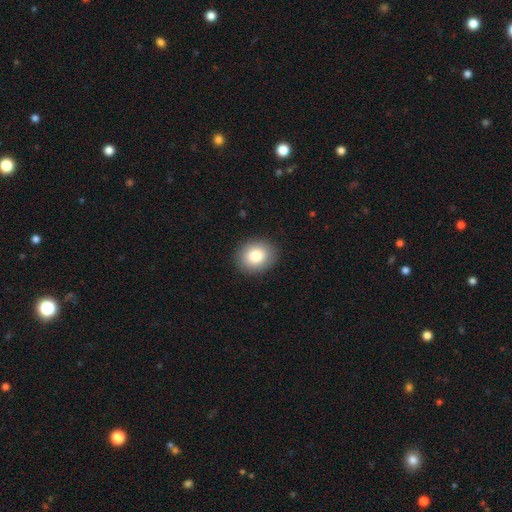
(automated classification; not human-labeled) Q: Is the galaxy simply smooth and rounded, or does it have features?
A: smooth — 83%.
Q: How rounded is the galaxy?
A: round — 65%.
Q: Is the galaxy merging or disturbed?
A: none — 90%.